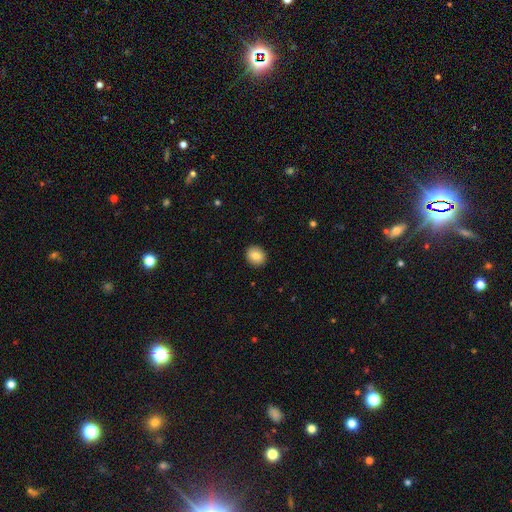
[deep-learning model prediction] Q: Smooth or featured?
A: smooth (82%); runner-up: featured or disk (10%)
Q: How rounded?
A: round (76%); runner-up: in between (23%)
Q: Merging?
A: none (92%); runner-up: minor disturbance (6%)